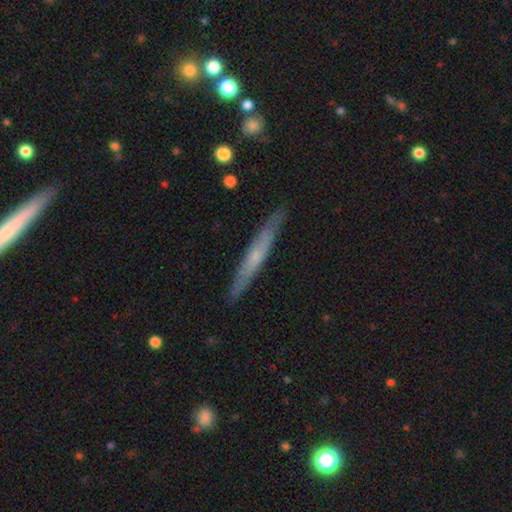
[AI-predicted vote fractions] This appears to be a featured or disk galaxy (51%) viewed edge-on (92%). Merging: none (88%).